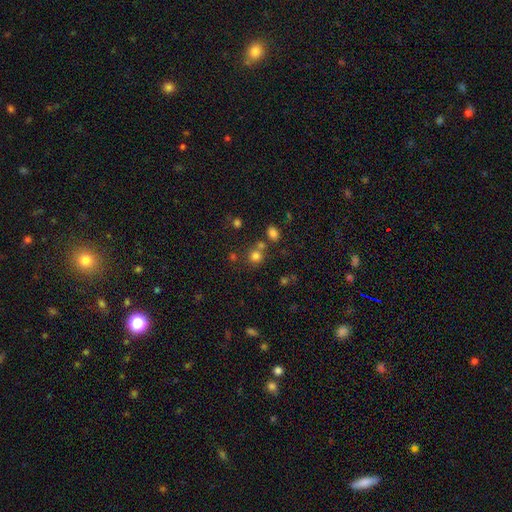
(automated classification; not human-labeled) A smooth galaxy with no disk features (76%) that is round (87%). Merging: none (66%).